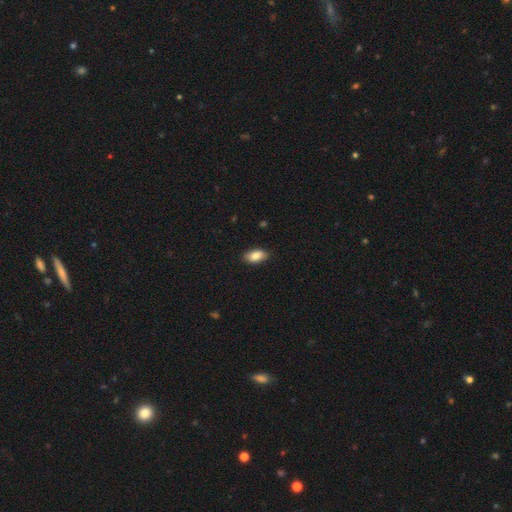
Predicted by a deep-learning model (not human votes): A smooth galaxy with no disk features (87%) that is in between round and cigar-shaped (92%).

Vote fractions:
- Smooth or featured? smooth: 87% / star or artifact: 7% / featured or disk: 6%
- How rounded? in between: 92% / round: 4% / cigar-shaped: 4%
- Merging? none: 87% / minor disturbance: 10% / major disturbance: 2% / merger: 1%